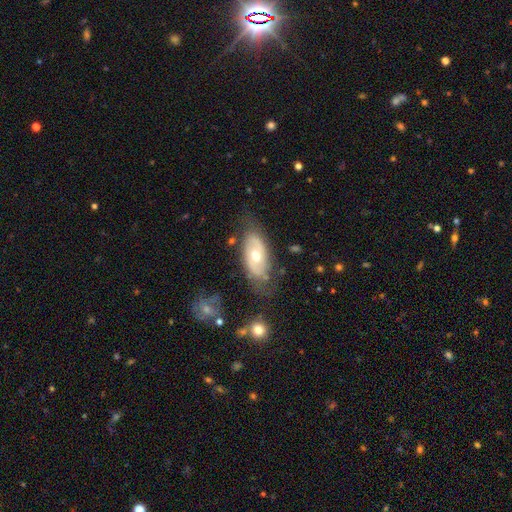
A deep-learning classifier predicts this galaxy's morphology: Q: Smooth or featured?
A: featured or disk (57%); runner-up: smooth (37%)
Q: Edge-on disk?
A: no (89%); runner-up: yes (11%)
Q: Bar?
A: no (77%); runner-up: weak (17%)
Q: Spiral arms?
A: yes (50%); tied with: no (50%)
Q: Bulge size?
A: moderate (70%); runner-up: small (23%)
Q: Merging?
A: none (65%); runner-up: minor disturbance (23%)